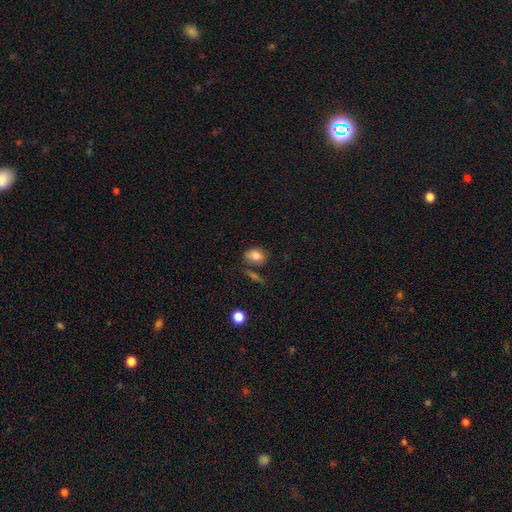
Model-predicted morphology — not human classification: Overall: smooth (80%). How rounded: in between (61%; round 37%). Merging: none (62%).